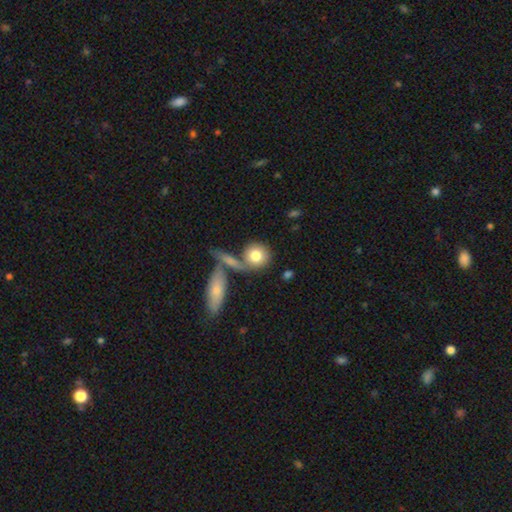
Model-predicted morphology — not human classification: smooth 76%, featured or disk 17%, star or artifact 7%. Down the decision tree: how rounded — round (76%); merging — none (51%).